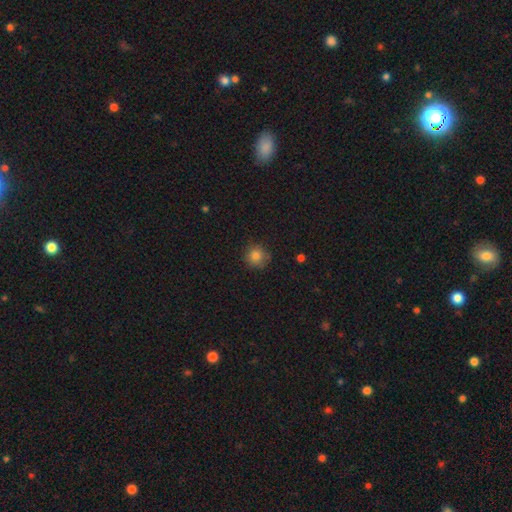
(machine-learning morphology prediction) Smooth or featured? Predicted: smooth (p=0.81). How rounded? Predicted: round (p=0.93). Merging? Predicted: none (p=0.81).